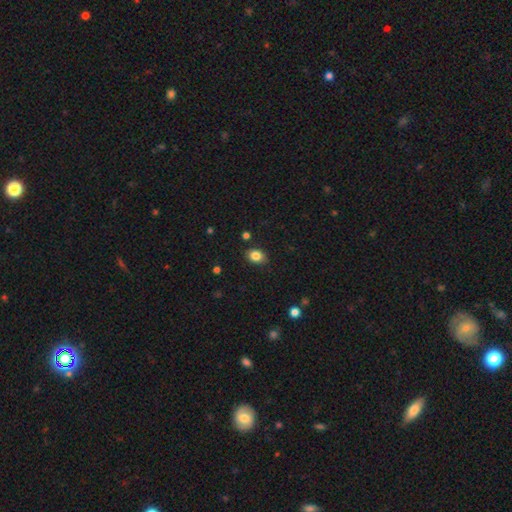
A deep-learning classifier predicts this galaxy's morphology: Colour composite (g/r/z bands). It shows a smooth galaxy with no disk features (84%) that is in between round and cigar-shaped (64%). Merging: none (85%).